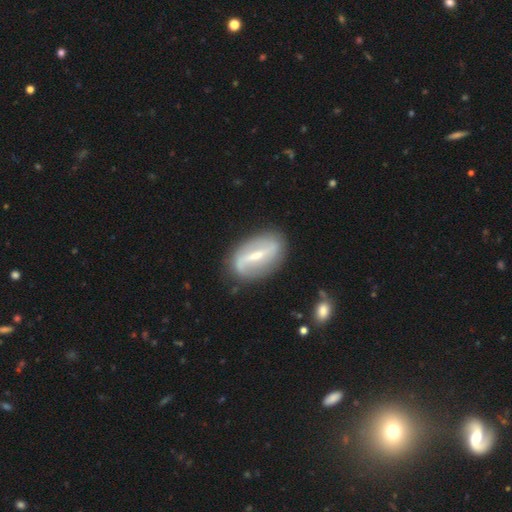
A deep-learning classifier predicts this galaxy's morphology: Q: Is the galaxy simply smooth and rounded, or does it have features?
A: featured or disk — 73%.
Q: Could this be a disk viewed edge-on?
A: no — 88%.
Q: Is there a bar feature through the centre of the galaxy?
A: strong — 67%.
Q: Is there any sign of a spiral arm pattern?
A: yes — 67%.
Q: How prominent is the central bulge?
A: small — 45%.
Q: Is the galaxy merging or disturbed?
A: none — 80%.